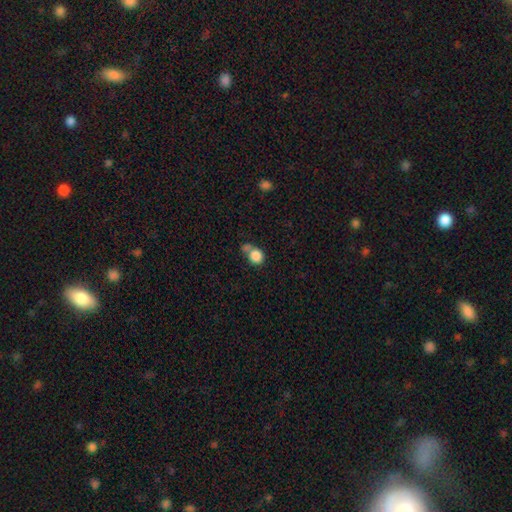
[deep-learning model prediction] smooth_or_featured: smooth (p=0.85) [alt: star or artifact p=0.09]
how_rounded: round (p=0.81) [alt: in between p=0.18]
merging: none (p=0.43) [alt: merger p=0.39]